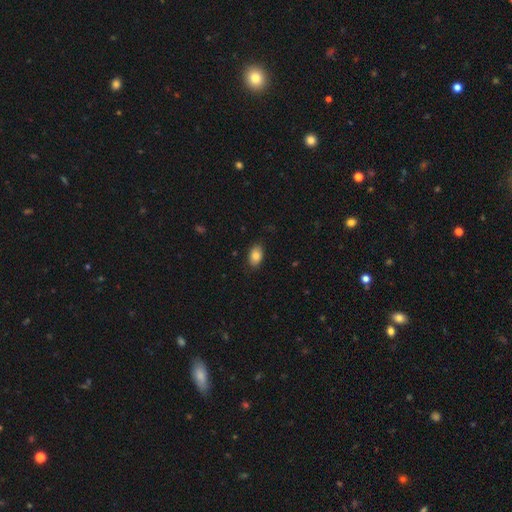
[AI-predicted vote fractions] Smooth or featured?
  - smooth: 83% *
  - featured or disk: 9%
  - star or artifact: 8%
How rounded?
  - in between: 88% *
  - round: 10%
  - cigar-shaped: 1%
Merging?
  - none: 84% *
  - minor disturbance: 12%
  - major disturbance: 2%
  - merger: 1%